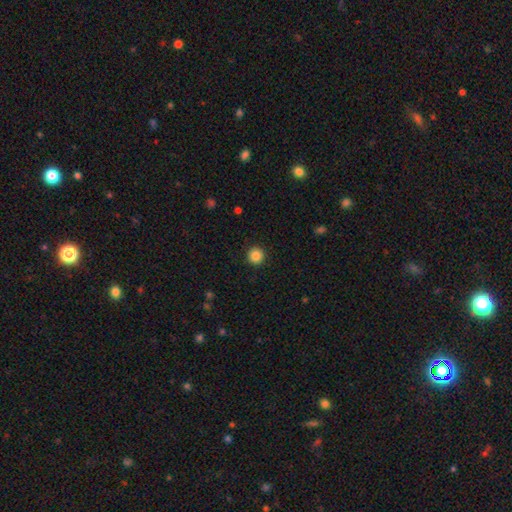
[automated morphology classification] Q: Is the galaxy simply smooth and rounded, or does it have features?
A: smooth — 86%.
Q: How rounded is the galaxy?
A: round — 95%.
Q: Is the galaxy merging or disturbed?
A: none — 93%.